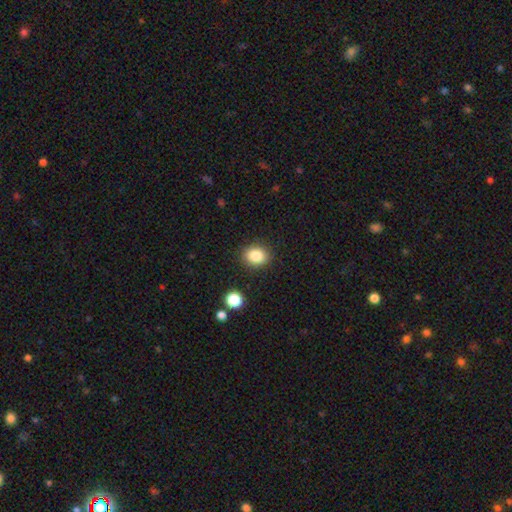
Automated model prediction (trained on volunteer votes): smooth-or-featured: smooth: 85% | star or artifact: 10% | featured or disk: 5%
  how-rounded: round: 55% | in between: 44% | cigar-shaped: 1%
  merging: none: 87% | minor disturbance: 8% | major disturbance: 3% | merger: 2%